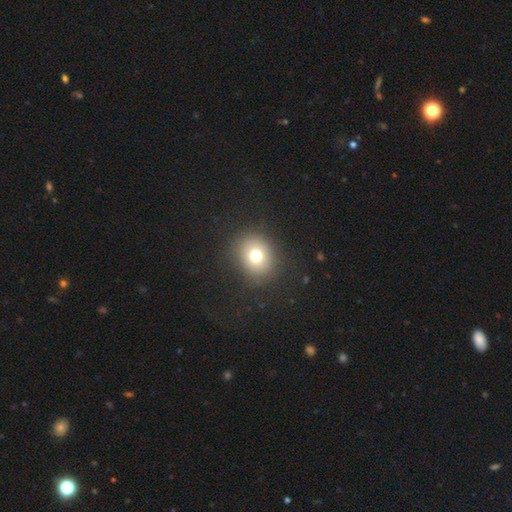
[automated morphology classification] This is likely a smooth galaxy (72%). How rounded: likely round (72%). Merging: clearly none (87%).